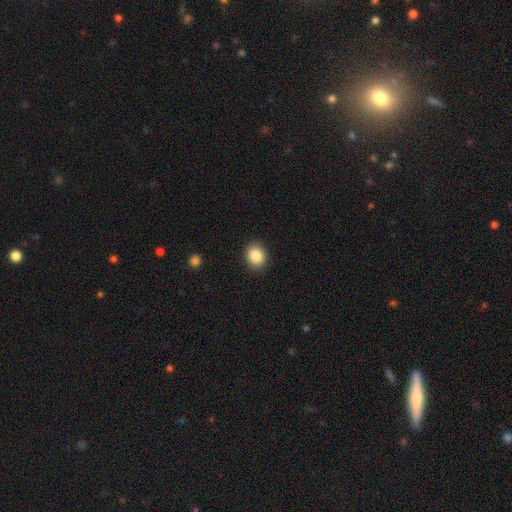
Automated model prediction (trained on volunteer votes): This appears to be a smooth galaxy with no disk features (86%) that is round (64%). Merging: none (90%).